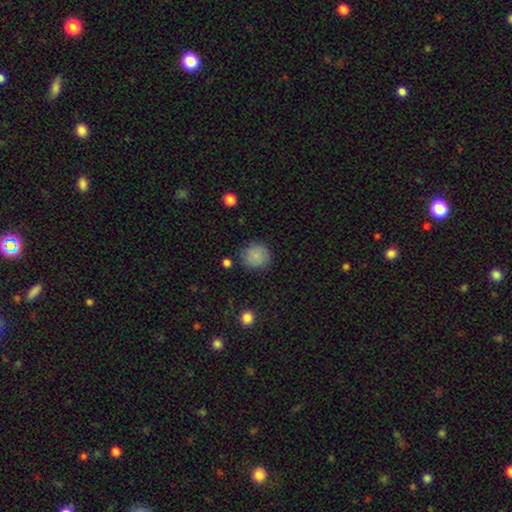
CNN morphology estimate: Smooth or featured? Predicted: smooth (p=0.84). How rounded? Predicted: round (p=0.88). Merging? Predicted: none (p=0.83).